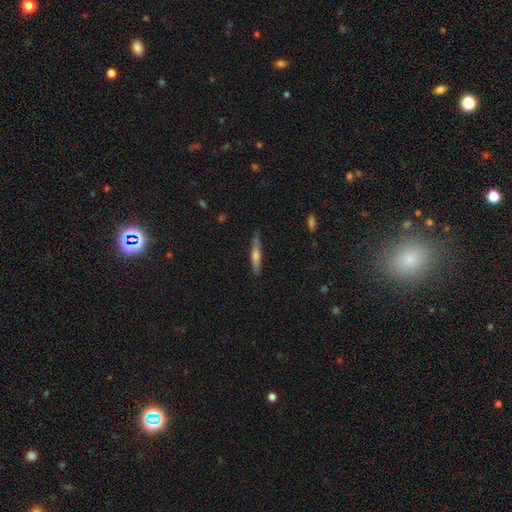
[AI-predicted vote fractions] A featured or disk galaxy (50%). Merging: none (82%).